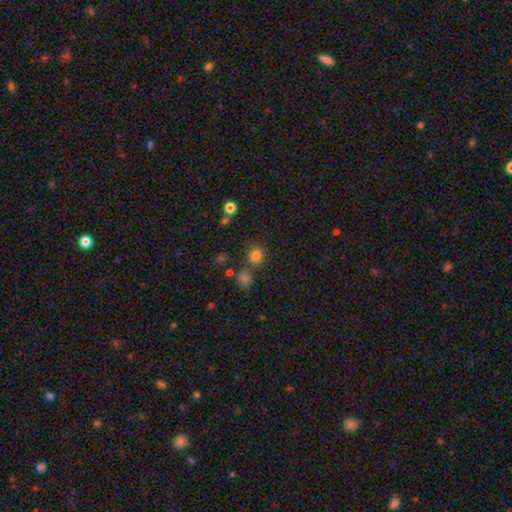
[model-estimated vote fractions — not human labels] A smooth galaxy with no disk features (79%) that is round (88%).

Vote fractions:
- Smooth or featured? smooth: 79% / star or artifact: 16% / featured or disk: 5%
- How rounded? round: 88% / in between: 11% / cigar-shaped: 1%
- Merging? none: 74% / merger: 13% / minor disturbance: 9% / major disturbance: 4%